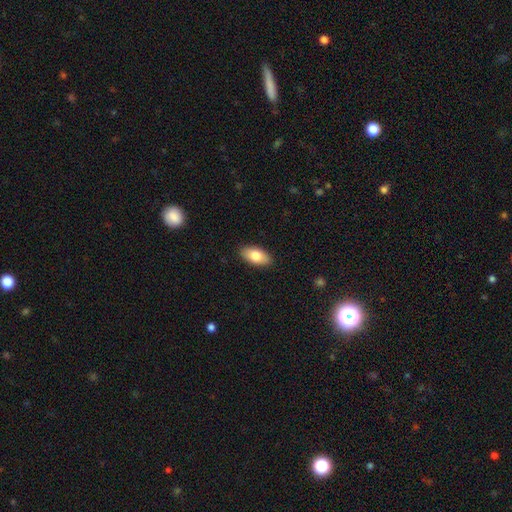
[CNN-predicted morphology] Overall: smooth (79%). How rounded: in between (93%). Merging: none (89%).